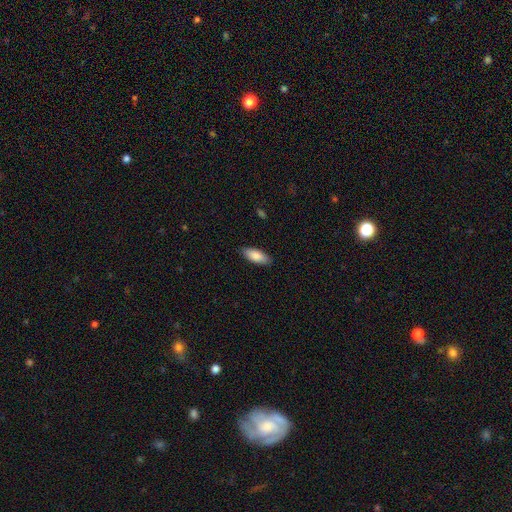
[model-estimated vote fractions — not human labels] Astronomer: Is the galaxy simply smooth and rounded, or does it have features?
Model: smooth — 86%.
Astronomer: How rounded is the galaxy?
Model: in between — 81%.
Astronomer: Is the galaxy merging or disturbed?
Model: none — 88%.